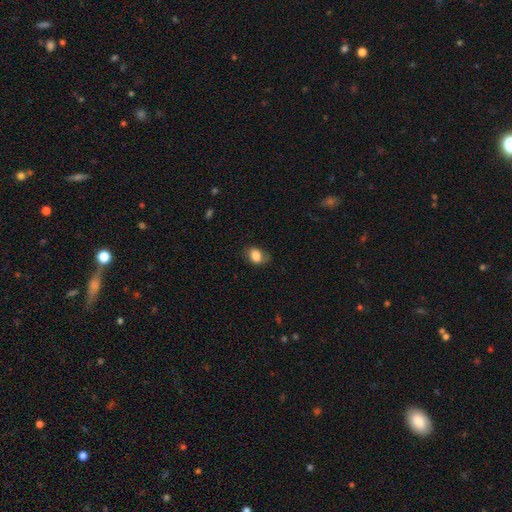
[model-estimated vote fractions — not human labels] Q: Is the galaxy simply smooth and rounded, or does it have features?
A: smooth — 82%.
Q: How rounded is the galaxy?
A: in between — 69%.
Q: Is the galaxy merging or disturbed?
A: none — 61%.